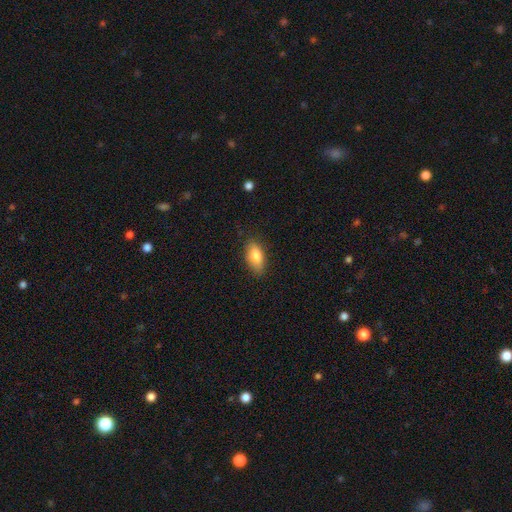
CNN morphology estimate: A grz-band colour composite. It shows a smooth galaxy with no disk features (81%) that is in between round and cigar-shaped (85%). Merging: none (82%).